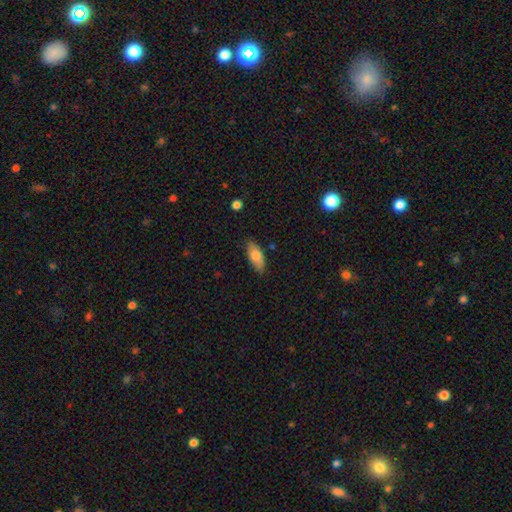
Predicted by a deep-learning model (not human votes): A smooth galaxy with no disk features (80%) that is in between round and cigar-shaped (82%).

Vote fractions:
- Smooth or featured? smooth: 80% / featured or disk: 14% / star or artifact: 6%
- How rounded? in between: 82% / cigar-shaped: 16% / round: 2%
- Merging? none: 81% / minor disturbance: 15% / major disturbance: 3% / merger: 1%